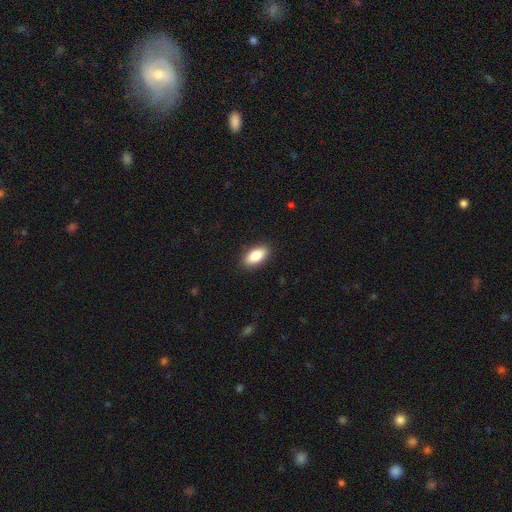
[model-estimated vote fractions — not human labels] The model was most divided on "smooth or featured": smooth: 85%, featured or disk: 8%, star or artifact: 7%. More confident: how rounded — in between (89%); merging — none (89%).